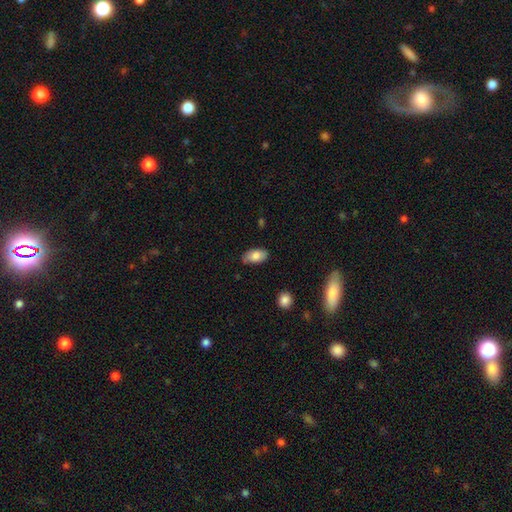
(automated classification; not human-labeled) This appears to be a smooth galaxy with no disk features (78%) that is in between round and cigar-shaped (94%). Merging: none (77%).